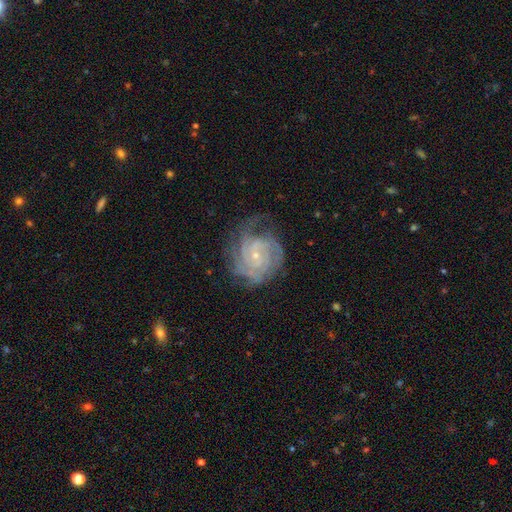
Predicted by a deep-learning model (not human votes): Smooth or featured? Predicted: featured or disk (p=0.86). Edge-on disk? Predicted: no (p=0.98). Bar? Predicted: no (p=0.70). Spiral arms? Predicted: yes (p=0.97). Spiral winding? Predicted: tight (p=0.71). Spiral arm count? Predicted: can't tell (p=0.26). Bulge size? Predicted: small (p=0.81). Merging? Predicted: none (p=0.67).